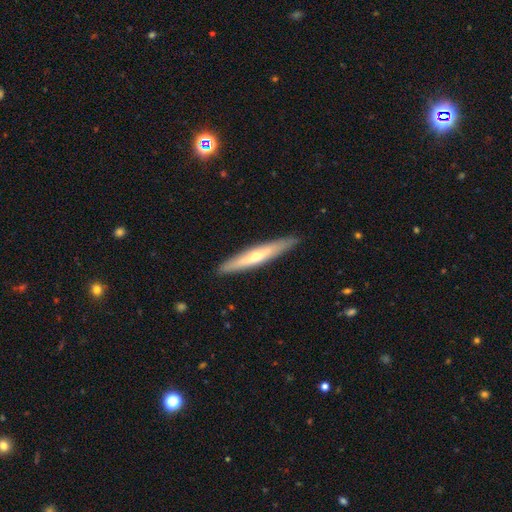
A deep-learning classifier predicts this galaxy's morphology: This is possibly a featured or disk galaxy (57%). It is clearly viewed edge-on (90%). Edge-on bulge: likely rounded (79%). Merging: clearly none (90%).